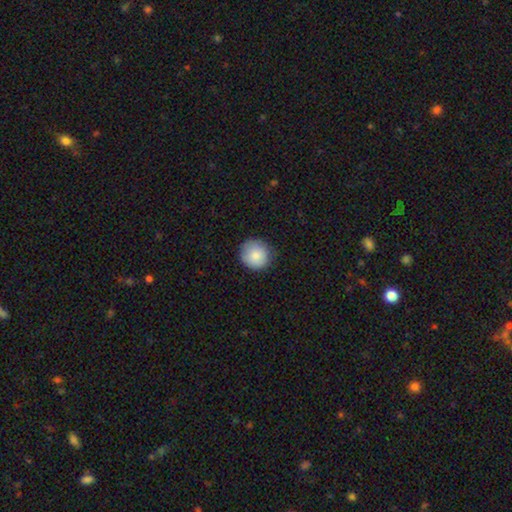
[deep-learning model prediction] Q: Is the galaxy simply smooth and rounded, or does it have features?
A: smooth — 85%.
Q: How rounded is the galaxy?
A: round — 93%.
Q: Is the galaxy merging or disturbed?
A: none — 85%.